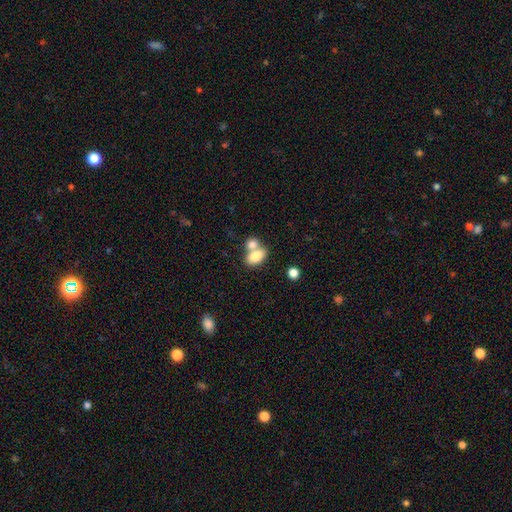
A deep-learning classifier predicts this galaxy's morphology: A smooth galaxy with no disk features (79%) that is in between round and cigar-shaped (85%).

Vote fractions:
- Smooth or featured? smooth: 79% / featured or disk: 13% / star or artifact: 8%
- How rounded? in between: 85% / round: 13% / cigar-shaped: 2%
- Merging? merger: 55% / none: 33% / minor disturbance: 9% / major disturbance: 3%